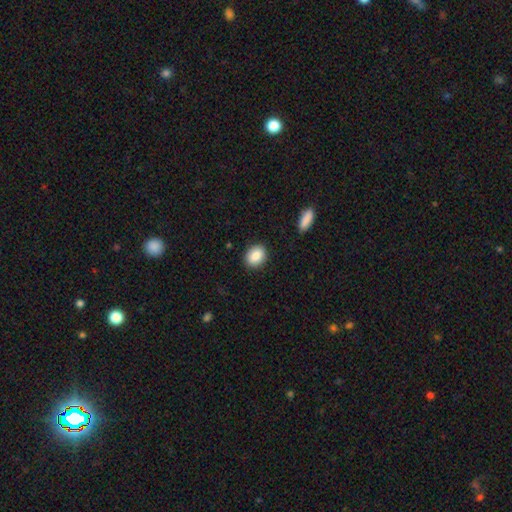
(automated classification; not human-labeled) Smooth or featured? Predicted: smooth (p=0.87). How rounded? Predicted: in between (p=0.60). Merging? Predicted: none (p=0.88).